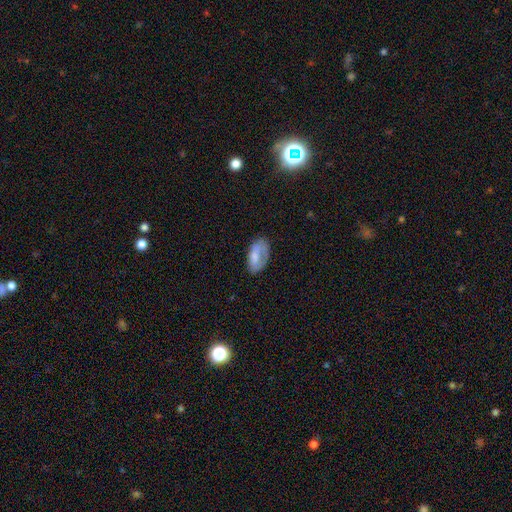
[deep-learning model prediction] The model was most divided on "merging": none: 54%, minor disturbance: 29%, major disturbance: 15%, merger: 2%. More confident: how rounded — in between (93%); smooth or featured — smooth (70%).